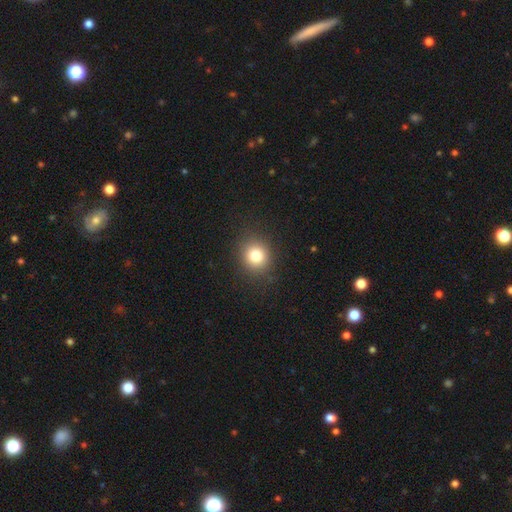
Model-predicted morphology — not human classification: Smooth or featured? Predicted: smooth (p=0.81). How rounded? Predicted: round (p=0.81). Merging? Predicted: none (p=0.89).